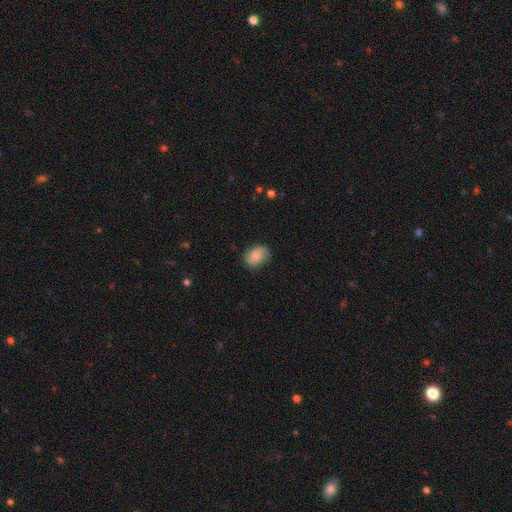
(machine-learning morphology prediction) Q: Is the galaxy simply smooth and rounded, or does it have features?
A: smooth — 79%.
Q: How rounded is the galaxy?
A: in between — 75%.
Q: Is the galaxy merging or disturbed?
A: none — 72%.